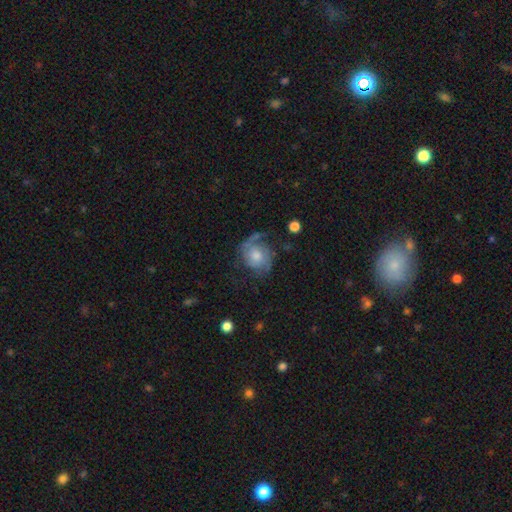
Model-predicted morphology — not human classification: Q: Smooth or featured?
A: featured or disk (69%); runner-up: smooth (22%)
Q: Edge-on disk?
A: no (97%); runner-up: yes (3%)
Q: Bar?
A: no (75%); runner-up: weak (22%)
Q: Spiral arms?
A: yes (89%); runner-up: no (11%)
Q: Spiral winding?
A: medium (42%); runner-up: tight (35%)
Q: Spiral arm count?
A: 2 (63%); runner-up: can't tell (16%)
Q: Bulge size?
A: moderate (55%); runner-up: small (32%)
Q: Merging?
A: none (59%); runner-up: minor disturbance (22%)